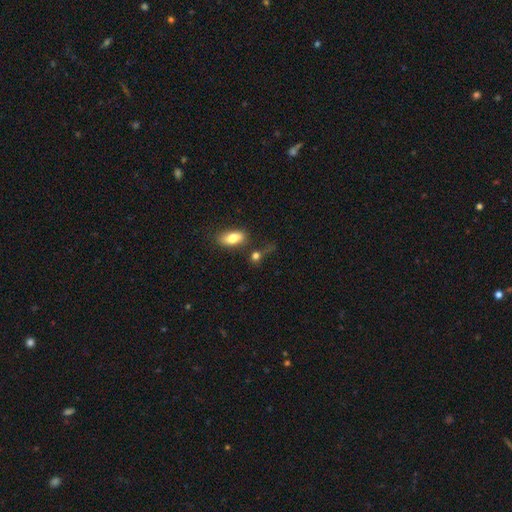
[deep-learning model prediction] The model was most divided on "how rounded": round: 50%, in between: 43%, cigar-shaped: 7%. More confident: smooth or featured — smooth (76%); merging — none (52%).